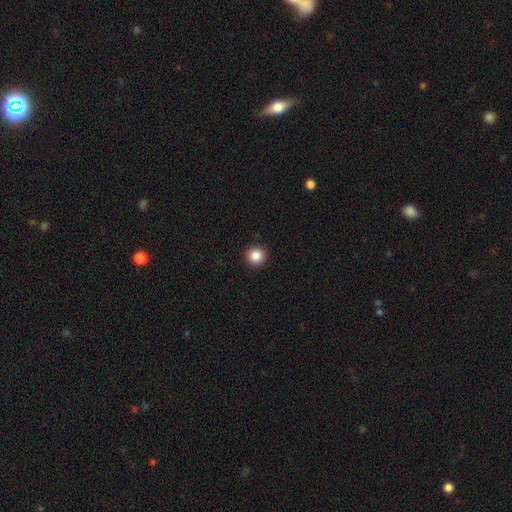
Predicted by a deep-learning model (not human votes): Smooth or featured? Predicted: smooth (p=0.86). How rounded? Predicted: round (p=0.95). Merging? Predicted: none (p=0.93).